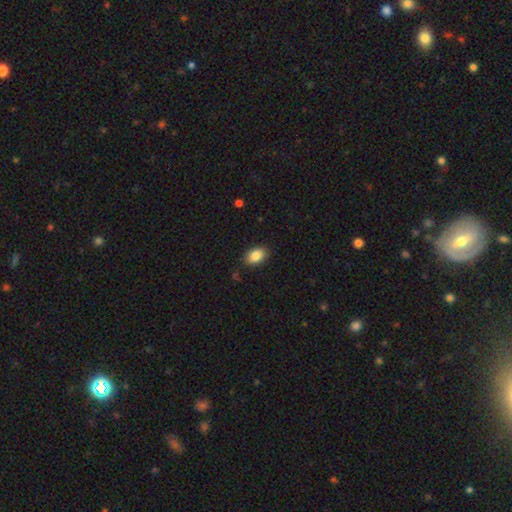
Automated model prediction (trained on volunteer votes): Smooth or featured? Predicted: smooth (p=0.87). How rounded? Predicted: in between (p=0.86). Merging? Predicted: none (p=0.86).